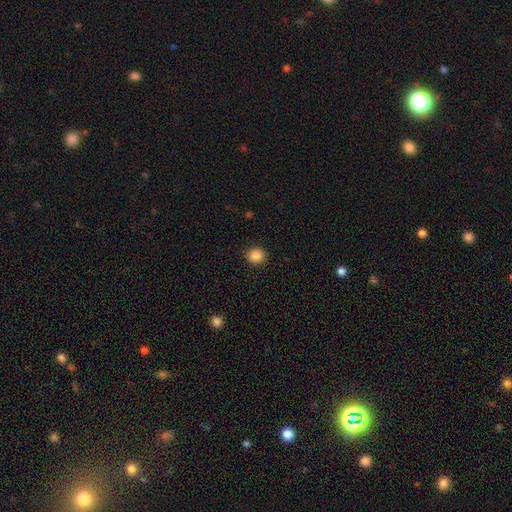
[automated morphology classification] A smooth galaxy with no disk features (86%) that is round (85%).

Vote fractions:
- Smooth or featured? smooth: 86% / star or artifact: 10% / featured or disk: 4%
- How rounded? round: 85% / in between: 15% / cigar-shaped: 1%
- Merging? none: 92% / minor disturbance: 5% / major disturbance: 2% / merger: 1%